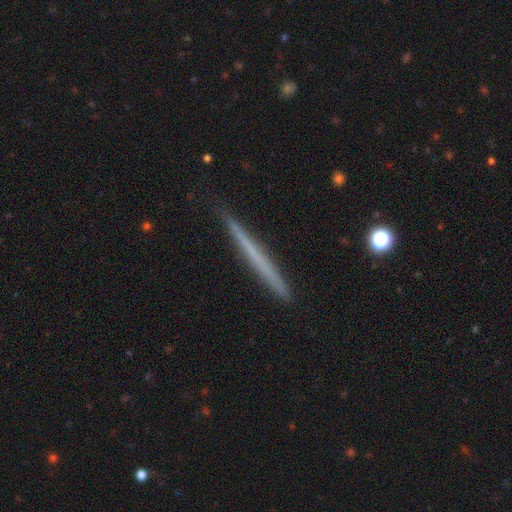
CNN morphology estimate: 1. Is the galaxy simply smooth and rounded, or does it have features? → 47% smooth (tied), 47% featured or disk (tied), 6% star or artifact.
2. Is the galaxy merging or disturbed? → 89% none, 8% minor disturbance, 1% major disturbance, 1% merger.